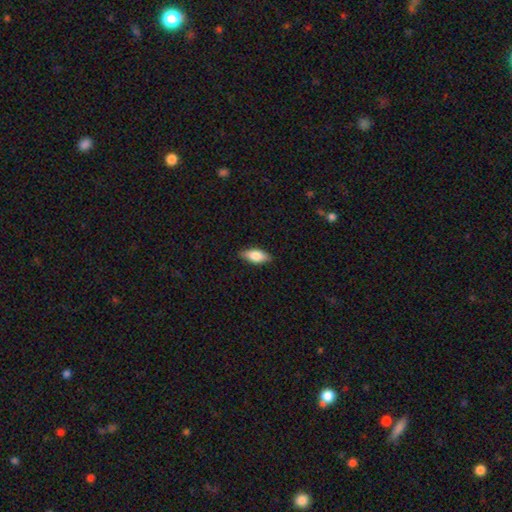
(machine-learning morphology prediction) Smooth or featured? smooth (78%)
How rounded? in between (82%)
Merging? none (84%)